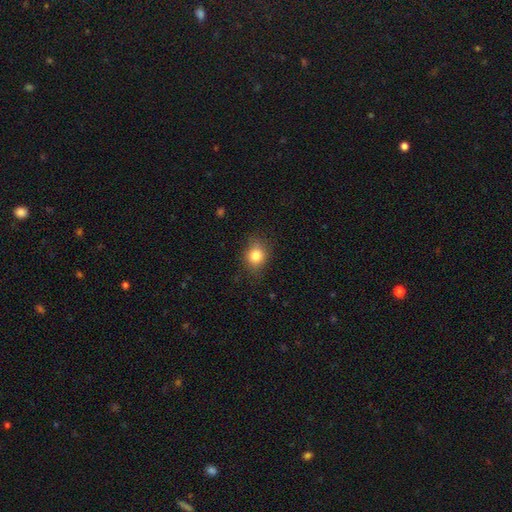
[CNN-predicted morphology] The model was most divided on "how rounded": round: 60%, in between: 38%, cigar-shaped: 1%. More confident: smooth or featured — smooth (82%); merging — none (78%).